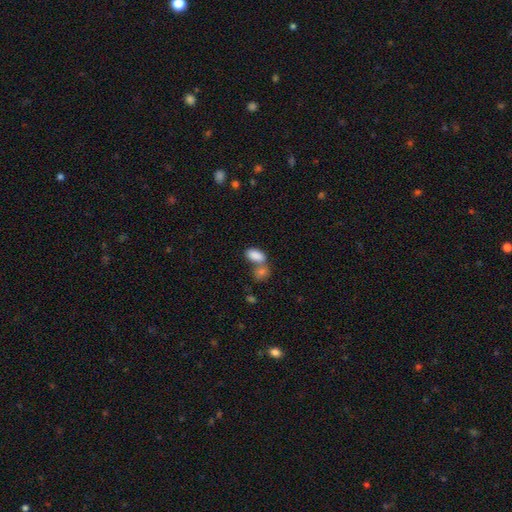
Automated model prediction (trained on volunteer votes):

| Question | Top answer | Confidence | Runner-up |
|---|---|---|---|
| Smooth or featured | smooth | 86% | star or artifact (8%) |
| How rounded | in between | 92% | round (5%) |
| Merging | merger | 50% | none (36%) |